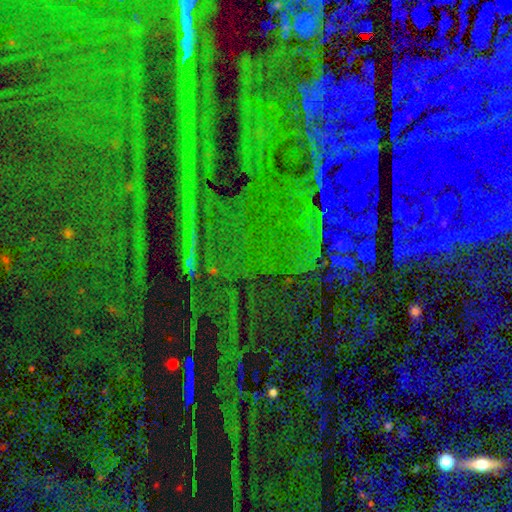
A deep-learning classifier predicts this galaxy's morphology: Overall: star or artifact (85%).